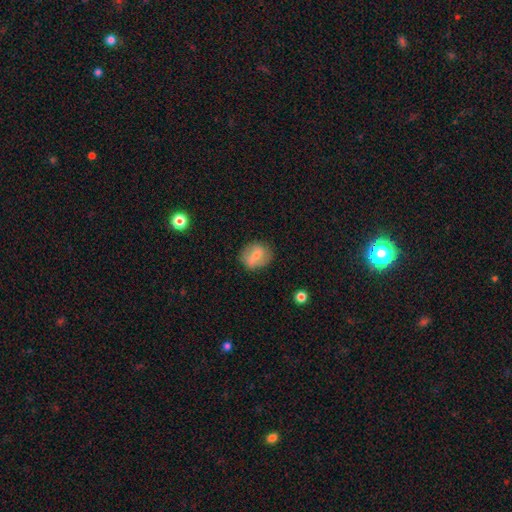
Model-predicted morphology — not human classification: Smooth or featured?
  - smooth: 65% *
  - featured or disk: 27%
  - star or artifact: 8%
How rounded?
  - round: 60% *
  - in between: 38%
  - cigar-shaped: 2%
Merging?
  - none: 76% *
  - minor disturbance: 17%
  - major disturbance: 5%
  - merger: 2%